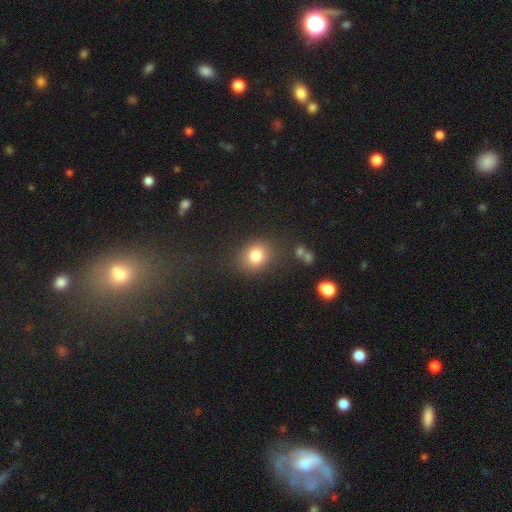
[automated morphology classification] smooth_or_featured: smooth (p=0.81) [alt: star or artifact p=0.11]
how_rounded: round (p=0.63) [alt: in between p=0.36]
merging: none (p=0.79) [alt: minor disturbance p=0.12]